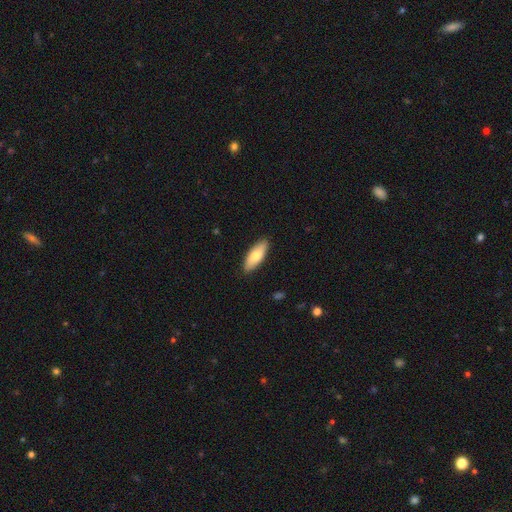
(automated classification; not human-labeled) smooth 78%, featured or disk 17%, star or artifact 5%. Down the decision tree: how rounded — in between (70%); merging — none (88%).